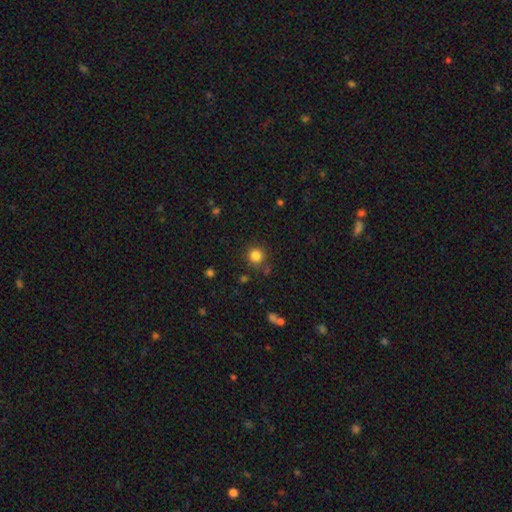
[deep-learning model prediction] smooth_or_featured: smooth (p=0.83) [alt: star or artifact p=0.12]
how_rounded: round (p=0.93) [alt: in between p=0.06]
merging: none (p=0.82) [alt: minor disturbance p=0.10]